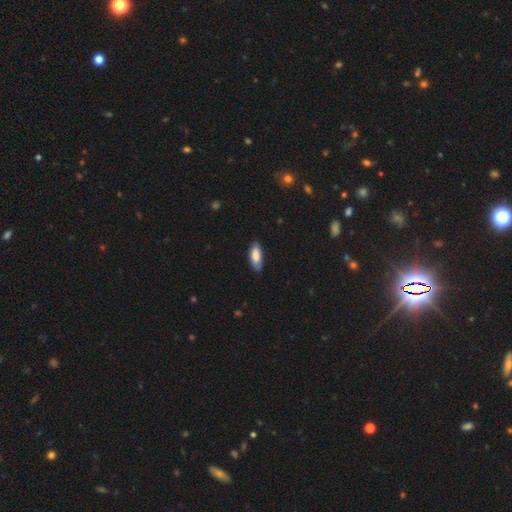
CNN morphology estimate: Smooth or featured?
  - smooth: 83% *
  - featured or disk: 11%
  - star or artifact: 6%
How rounded?
  - in between: 75% *
  - cigar-shaped: 23%
  - round: 2%
Merging?
  - none: 78% *
  - minor disturbance: 18%
  - major disturbance: 3%
  - merger: 1%